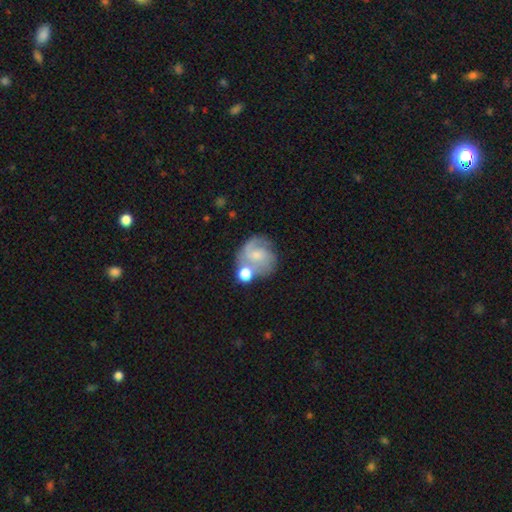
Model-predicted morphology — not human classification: type=featured or disk (63%); edge-on=no (98%); bar=no (55%); spiral arms=yes (87%); winding=medium (47%); arm count=2 (52%); bulge=small (54%); merging=none (48%).